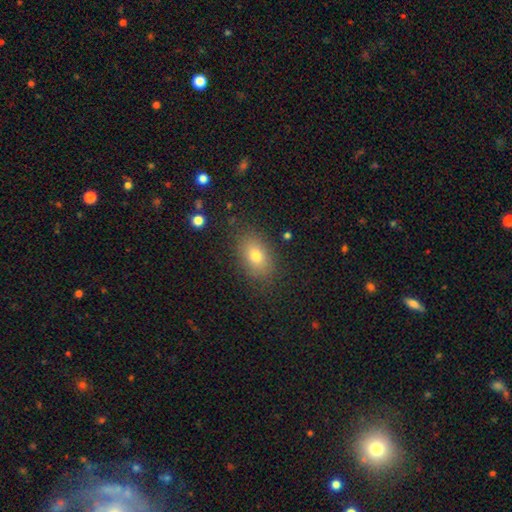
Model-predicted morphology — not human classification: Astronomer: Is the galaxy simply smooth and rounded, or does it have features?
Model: smooth — 76%.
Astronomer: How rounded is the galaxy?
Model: in between — 83%.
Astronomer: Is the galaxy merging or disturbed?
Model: none — 84%.